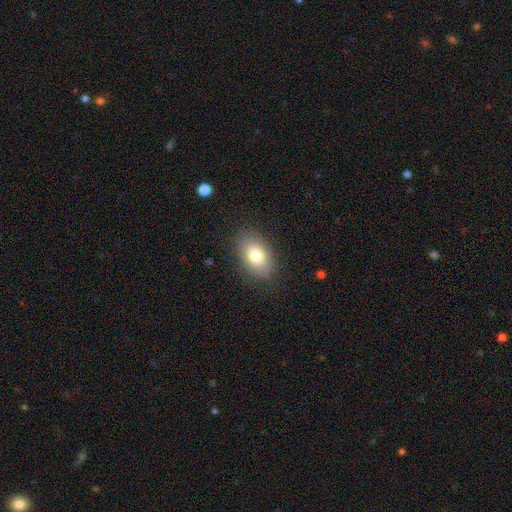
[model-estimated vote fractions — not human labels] A smooth galaxy with no disk features (79%) that is in between round and cigar-shaped (88%).

Vote fractions:
- Smooth or featured? smooth: 79% / featured or disk: 13% / star or artifact: 8%
- How rounded? in between: 88% / round: 10% / cigar-shaped: 1%
- Merging? none: 84% / minor disturbance: 11% / major disturbance: 4% / merger: 1%